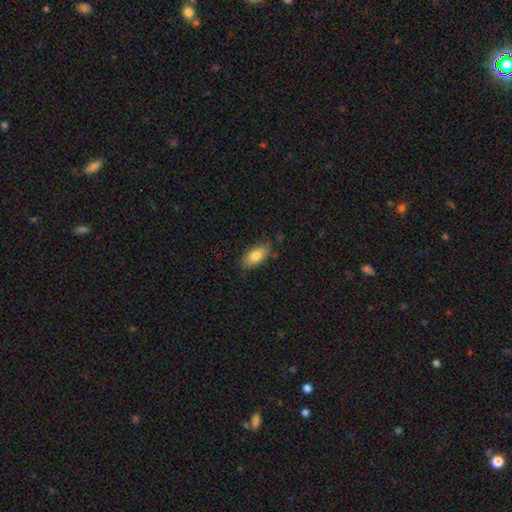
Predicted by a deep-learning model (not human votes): A smooth galaxy with no disk features (80%) that is in between round and cigar-shaped (89%).

Vote fractions:
- Smooth or featured? smooth: 80% / featured or disk: 14% / star or artifact: 7%
- How rounded? in between: 89% / cigar-shaped: 8% / round: 3%
- Merging? none: 78% / minor disturbance: 17% / major disturbance: 3% / merger: 2%